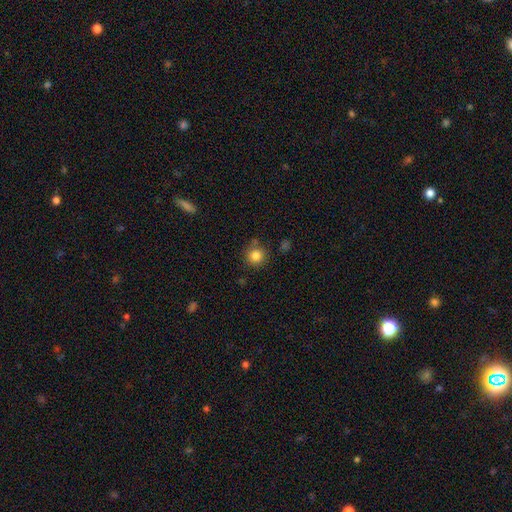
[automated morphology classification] The model was most divided on "merging": none: 81%, minor disturbance: 10%, merger: 5%, major disturbance: 3%. More confident: how rounded — round (93%); smooth or featured — smooth (83%).